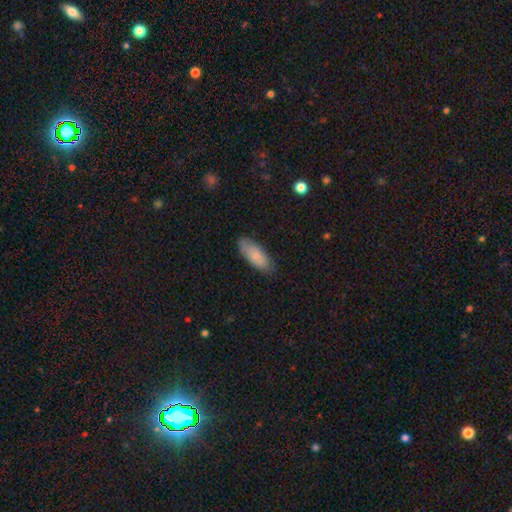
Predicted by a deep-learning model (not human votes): Morphology: type=smooth (76%); roundness=in between (82%); merging=none (78%).